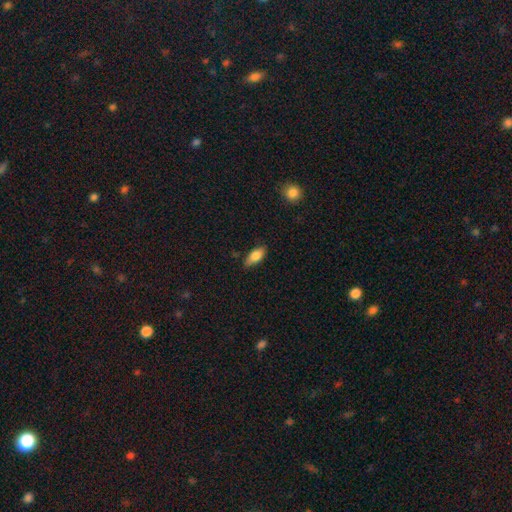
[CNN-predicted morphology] Overall: smooth (80%). How rounded: in between (81%). Merging: none (79%).